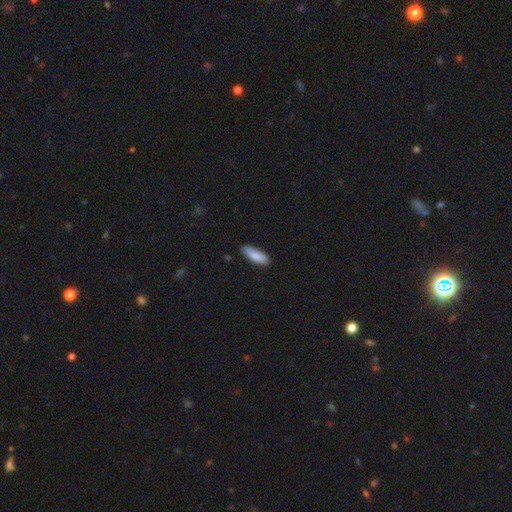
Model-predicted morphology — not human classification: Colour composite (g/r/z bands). It shows a smooth galaxy with no disk features (86%) that is in between round and cigar-shaped (55%). Merging: none (85%).